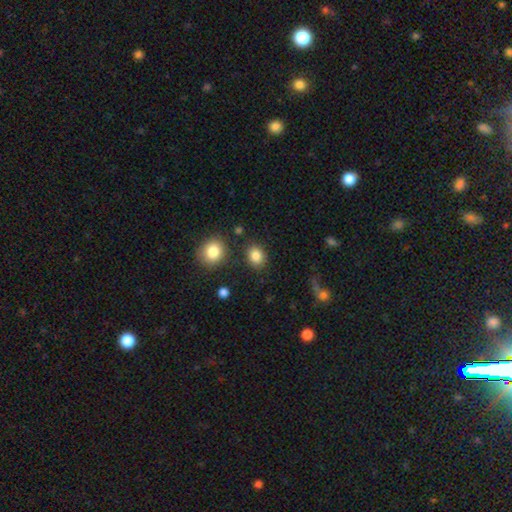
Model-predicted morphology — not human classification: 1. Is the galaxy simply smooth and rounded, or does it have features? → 85% smooth, 10% star or artifact, 5% featured or disk.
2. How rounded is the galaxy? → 52% in between, 47% round, 1% cigar-shaped.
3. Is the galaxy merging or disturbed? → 84% none, 9% minor disturbance, 4% merger, 3% major disturbance.